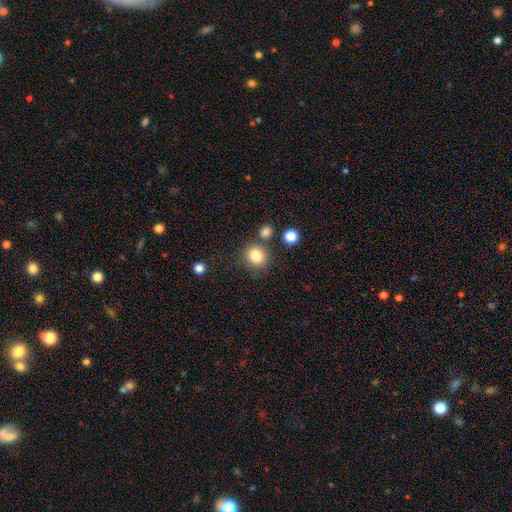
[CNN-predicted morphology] Smooth or featured? smooth (83%)
How rounded? round (86%)
Merging? none (77%)